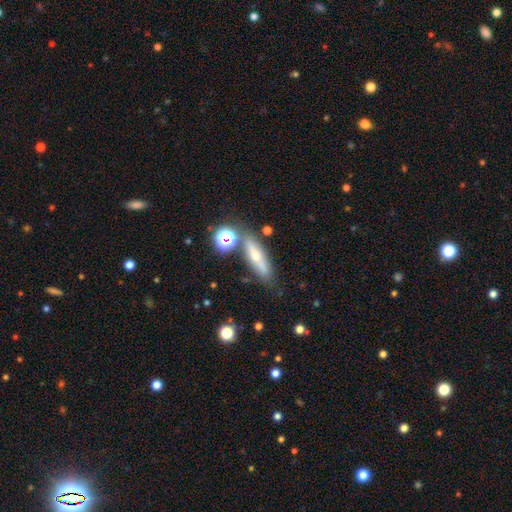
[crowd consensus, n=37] Smooth or featured? 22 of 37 (59%) said smooth. How rounded? 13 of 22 (59%) said cigar-shaped. Merging? 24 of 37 (65%) said none.